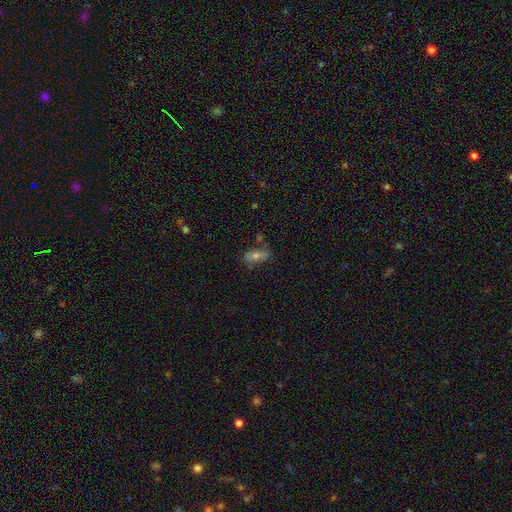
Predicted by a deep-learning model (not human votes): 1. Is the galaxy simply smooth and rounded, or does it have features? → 44% smooth, 39% featured or disk, 16% star or artifact.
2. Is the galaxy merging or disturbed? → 64% none, 20% minor disturbance, 8% major disturbance, 7% merger.